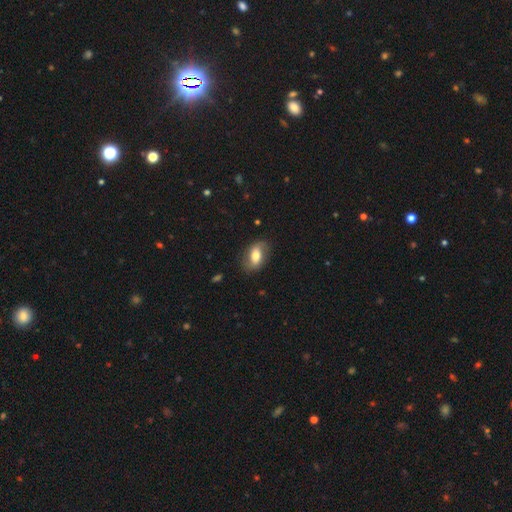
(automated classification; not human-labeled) smooth_or_featured: smooth (p=0.54) [alt: featured or disk p=0.39]
how_rounded: in between (p=0.85) [alt: round p=0.12]
merging: none (p=0.76) [alt: minor disturbance p=0.17]